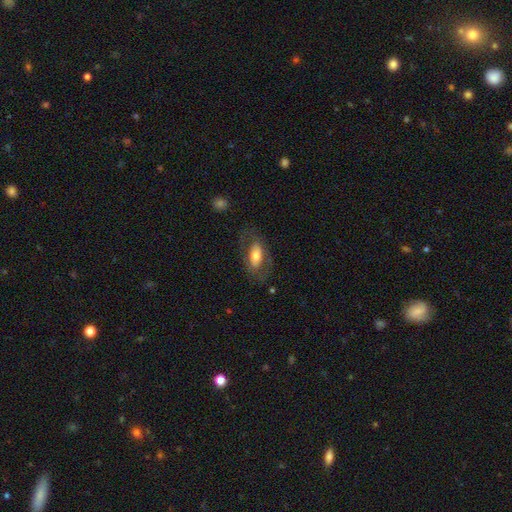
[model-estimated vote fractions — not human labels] Morphology: type=smooth (55%); roundness=in between (88%); merging=none (68%).